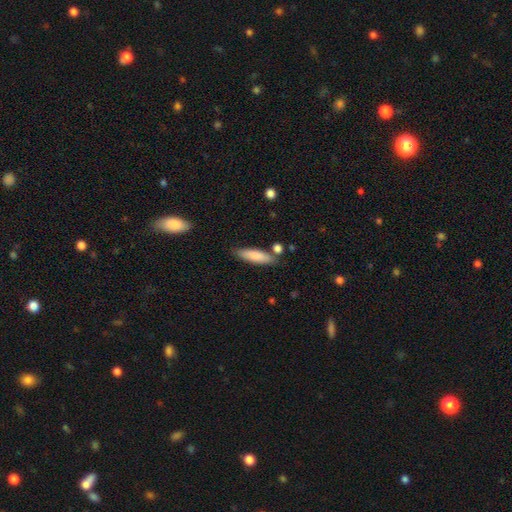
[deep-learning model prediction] smooth 82%, featured or disk 12%, star or artifact 6%. Down the decision tree: how rounded — cigar-shaped (62%); merging — none (77%).